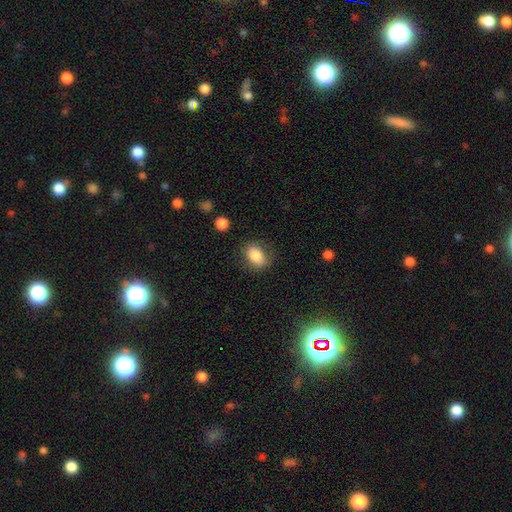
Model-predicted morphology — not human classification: smooth-or-featured: smooth: 84% | star or artifact: 8% | featured or disk: 8%
  how-rounded: in between: 77% | round: 22% | cigar-shaped: 1%
  merging: none: 78% | minor disturbance: 15% | major disturbance: 5% | merger: 2%